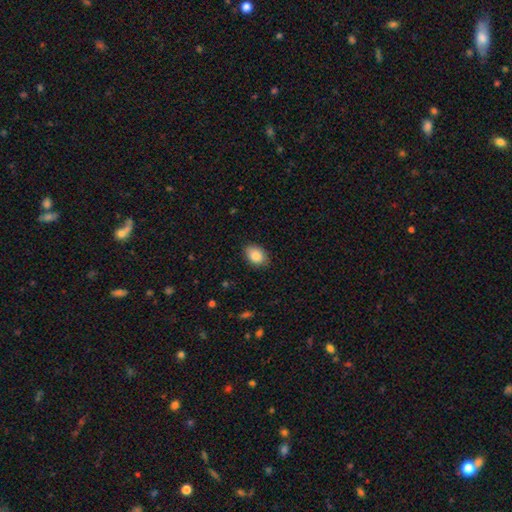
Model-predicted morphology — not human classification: smooth 86%, star or artifact 8%, featured or disk 7%. Down the decision tree: how rounded — in between (82%); merging — none (84%).